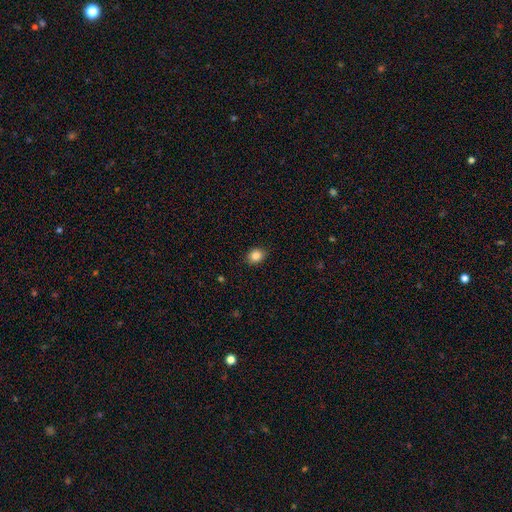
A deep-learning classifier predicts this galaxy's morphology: Q: Smooth or featured?
A: smooth (85%); runner-up: star or artifact (10%)
Q: How rounded?
A: round (54%); runner-up: in between (45%)
Q: Merging?
A: none (88%); runner-up: minor disturbance (9%)